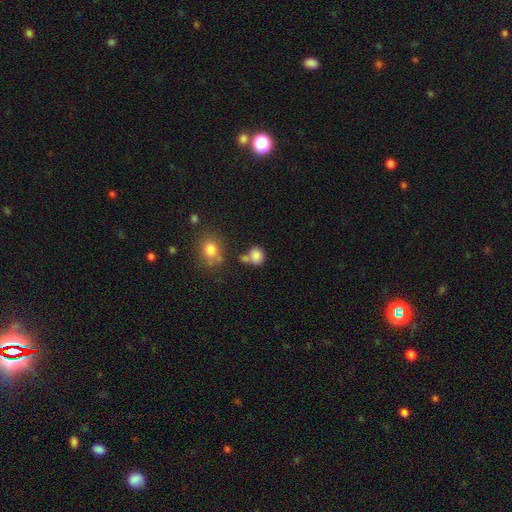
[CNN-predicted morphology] Smooth or featured? smooth (81%)
How rounded? round (74%)
Merging? none (54%)